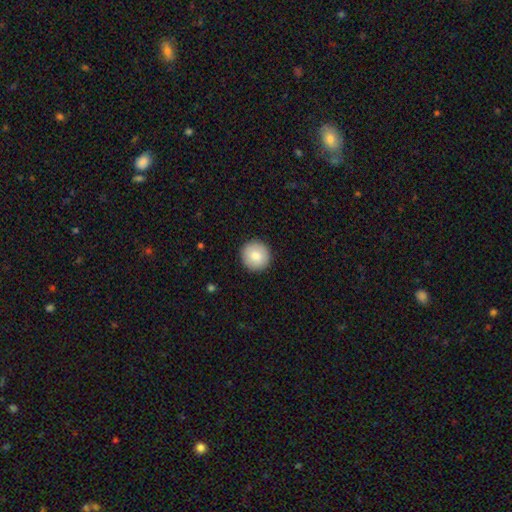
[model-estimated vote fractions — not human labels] A smooth galaxy with no disk features (83%) that is round (95%). Merging: none (92%).